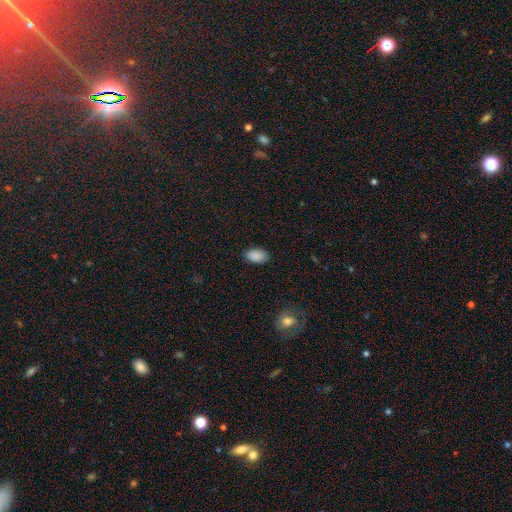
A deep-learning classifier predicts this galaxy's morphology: type=smooth (89%); roundness=in between (93%); merging=none (86%).